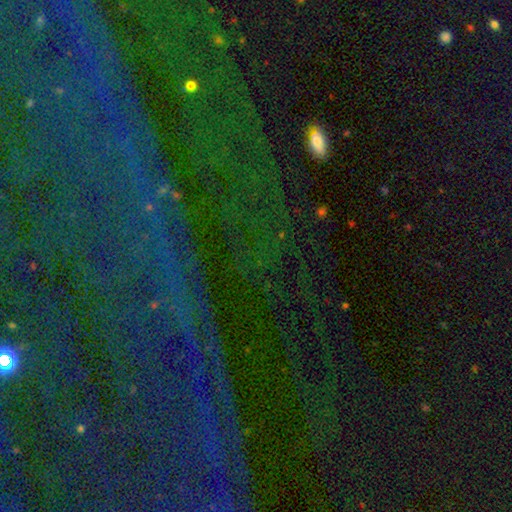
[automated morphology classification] smooth_or_featured: star or artifact (p=0.76) [alt: featured or disk p=0.12]